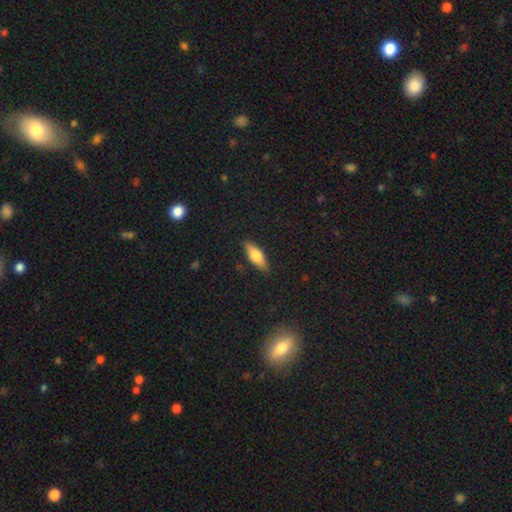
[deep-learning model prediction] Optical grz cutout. It shows a smooth galaxy with no disk features (64%) that is in between round and cigar-shaped (64%). Merging: none (87%).